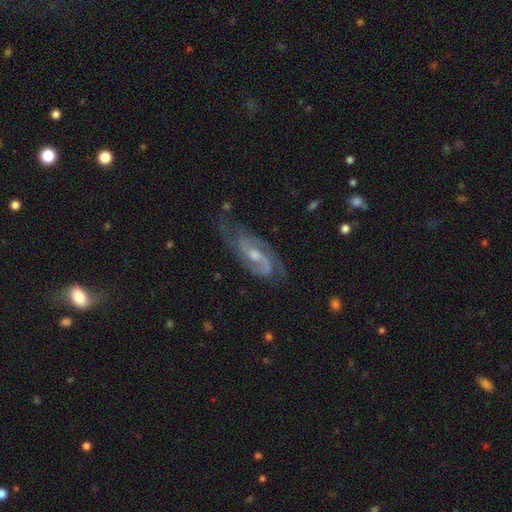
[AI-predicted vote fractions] This is clearly a featured or disk galaxy (88%). It is clearly not viewed edge-on (94%). Bar: possibly weak (46%). Spiral arm pattern: clearly yes (97%). Spiral arm count: clearly 2 (82%). Spiral winding: possibly medium (51%). Central bulge: possibly moderate (56%). Merging: likely none (65%).